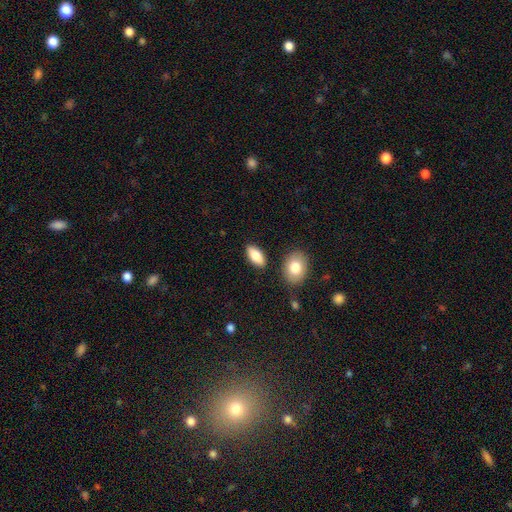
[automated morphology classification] Smooth or featured? smooth (82%)
How rounded? in between (89%)
Merging? none (85%)